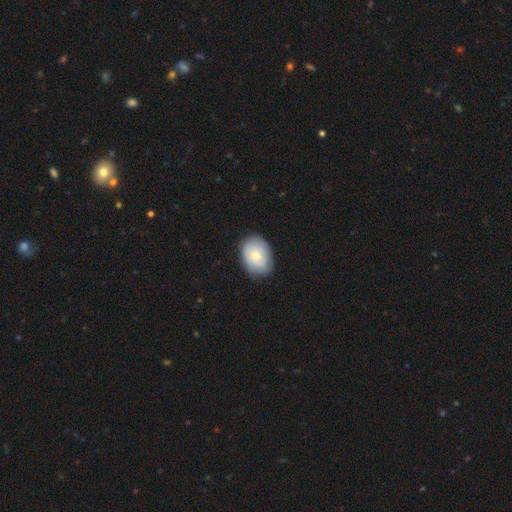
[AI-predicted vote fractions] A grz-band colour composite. It shows a smooth galaxy with no disk features (64%) that is in between round and cigar-shaped (71%). Merging: none (79%).